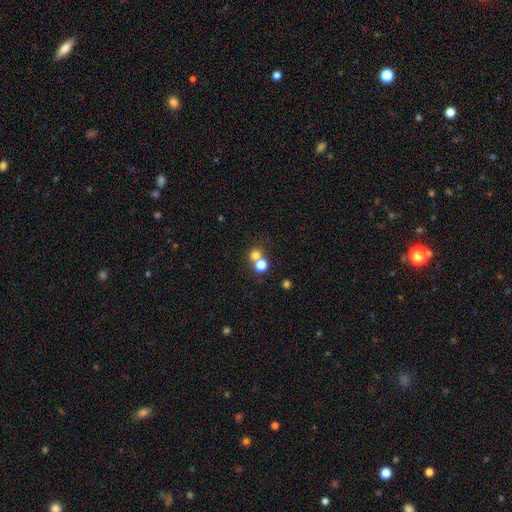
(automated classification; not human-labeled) A smooth galaxy with no disk features (73%) that is round (86%). Merging: none (50%).